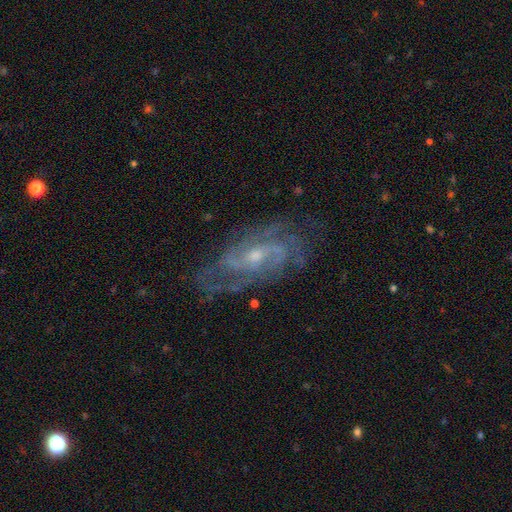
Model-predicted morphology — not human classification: Overall: featured or disk (85%). Edge-on disk: no (94%). Bar: no (45%; weak 44%). Spiral arms: yes (95%). Spiral arm count: 2 (38%; can't tell 27%). Spiral winding: medium (45%; tight 41%). Bulge size: small (59%; moderate 36%). Merging: none (73%).